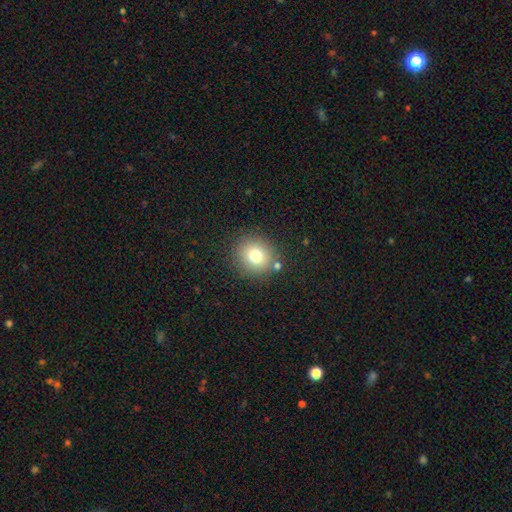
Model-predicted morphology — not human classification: Smooth or featured: smooth — 76% (star or artifact — 13%)
How rounded: round — 87% (in between — 12%)
Merging: none — 84% (minor disturbance — 9%)